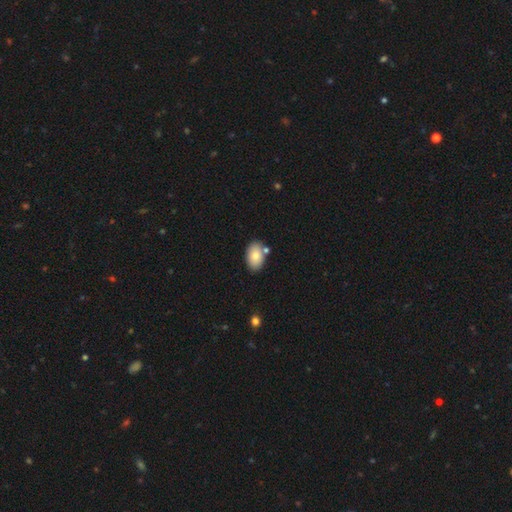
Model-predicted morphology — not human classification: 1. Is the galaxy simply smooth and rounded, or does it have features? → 82% smooth, 11% featured or disk, 7% star or artifact.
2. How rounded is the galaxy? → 91% in between, 7% round, 1% cigar-shaped.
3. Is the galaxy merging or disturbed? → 76% none, 12% minor disturbance, 9% merger, 3% major disturbance.